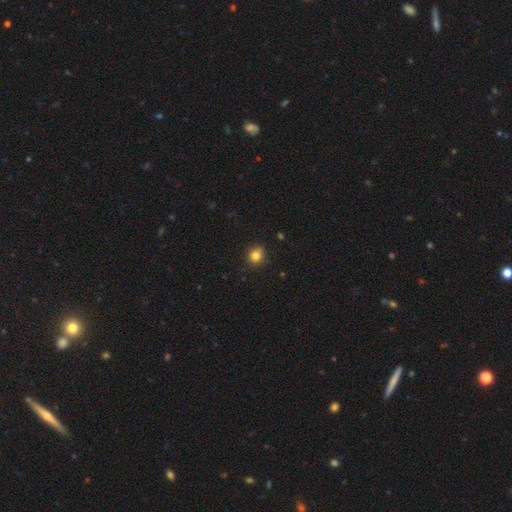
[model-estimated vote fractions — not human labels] smooth-or-featured: smooth: 82% | star or artifact: 12% | featured or disk: 6%
  how-rounded: round: 85% | in between: 14% | cigar-shaped: 1%
  merging: none: 80% | minor disturbance: 15% | major disturbance: 3% | merger: 2%